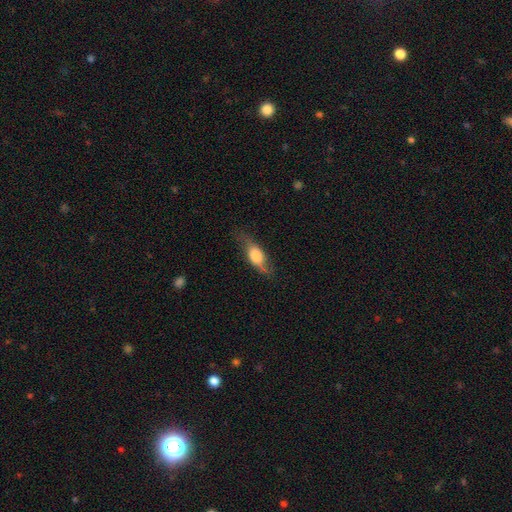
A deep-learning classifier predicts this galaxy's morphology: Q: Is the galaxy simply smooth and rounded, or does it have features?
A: smooth — 48%.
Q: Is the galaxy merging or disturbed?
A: none — 68%.